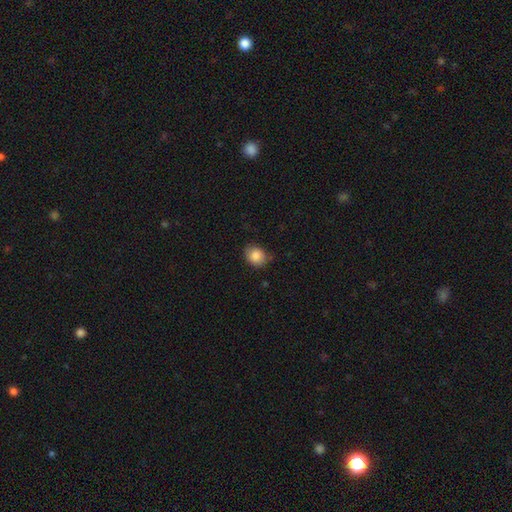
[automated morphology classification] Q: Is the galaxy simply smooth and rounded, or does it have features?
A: smooth — 85%.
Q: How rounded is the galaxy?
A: round — 57%.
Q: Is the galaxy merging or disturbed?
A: none — 75%.